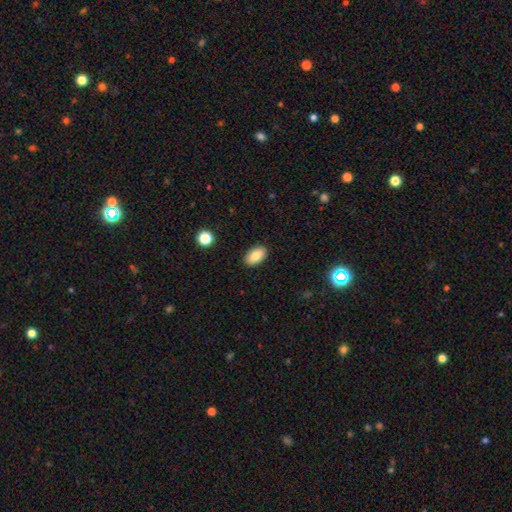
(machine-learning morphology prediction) Smooth or featured?
  - smooth: 85% *
  - star or artifact: 8%
  - featured or disk: 7%
How rounded?
  - in between: 92% *
  - round: 6%
  - cigar-shaped: 2%
Merging?
  - none: 89% *
  - minor disturbance: 8%
  - major disturbance: 2%
  - merger: 1%